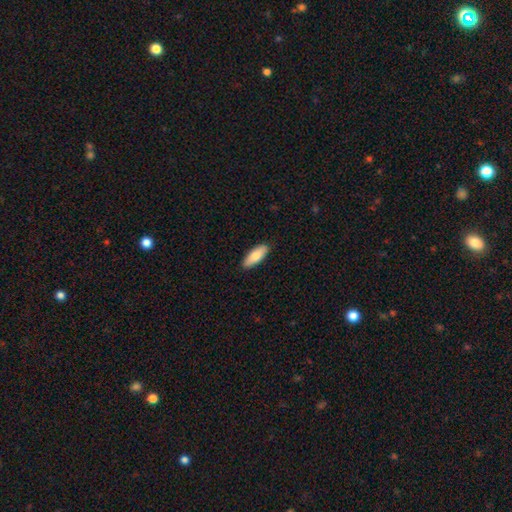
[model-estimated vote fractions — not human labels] A smooth galaxy with no disk features (82%) that is in between round and cigar-shaped (71%). Merging: none (89%).